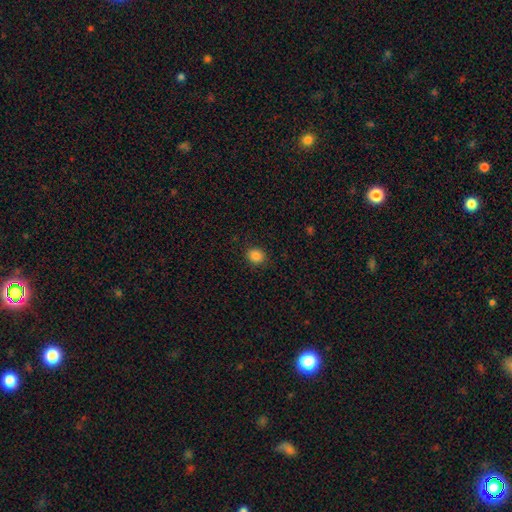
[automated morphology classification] Smooth or featured? Predicted: smooth (p=0.85). How rounded? Predicted: round (p=0.69). Merging? Predicted: none (p=0.89).